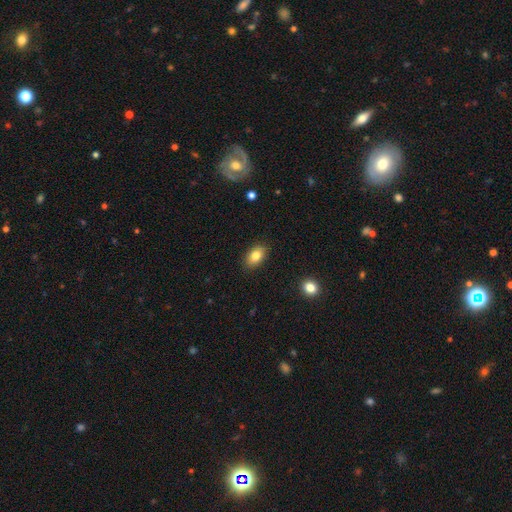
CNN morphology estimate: This is clearly a smooth galaxy (82%). How rounded: clearly in between (88%). Merging: clearly none (88%).